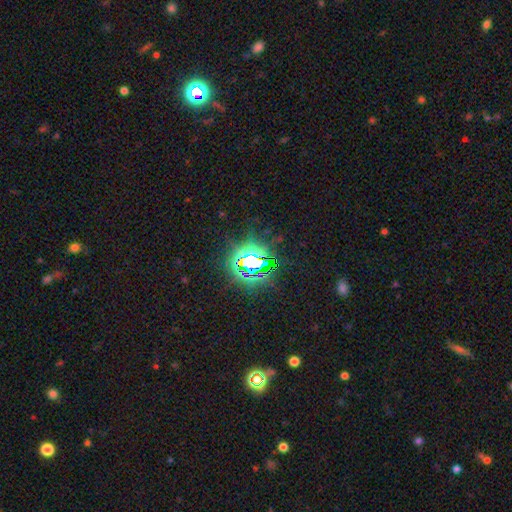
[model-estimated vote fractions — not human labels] This is likely a star or artifact rather than a galaxy (80%).